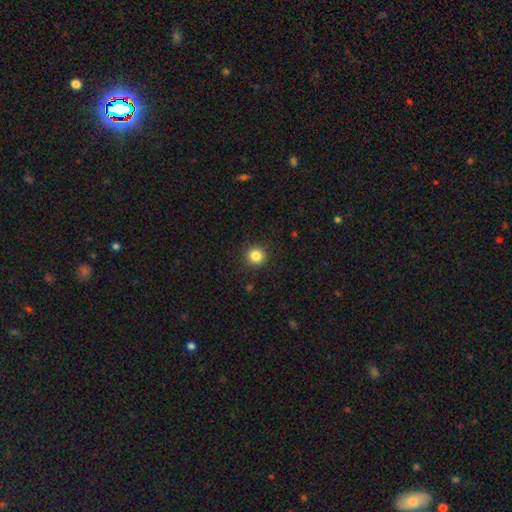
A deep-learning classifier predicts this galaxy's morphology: Overall: smooth (84%). How rounded: round (95%). Merging: none (92%).